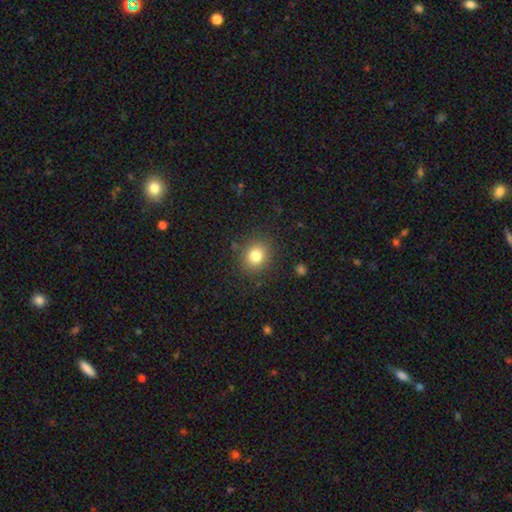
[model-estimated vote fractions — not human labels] Smooth or featured: smooth — 79% (star or artifact — 13%)
How rounded: round — 82% (in between — 17%)
Merging: none — 87% (minor disturbance — 8%)